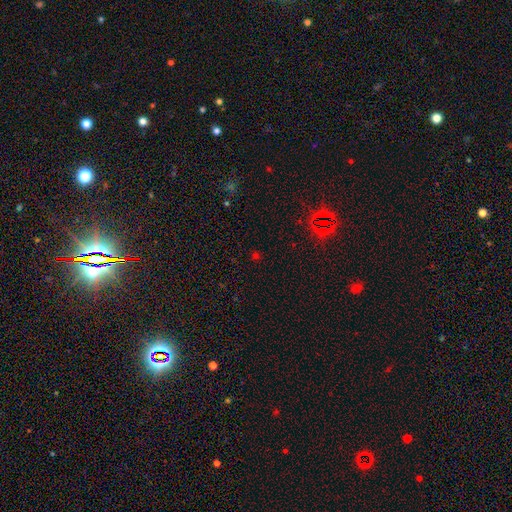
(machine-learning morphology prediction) This appears to be a star or artifact, not a galaxy (61%).